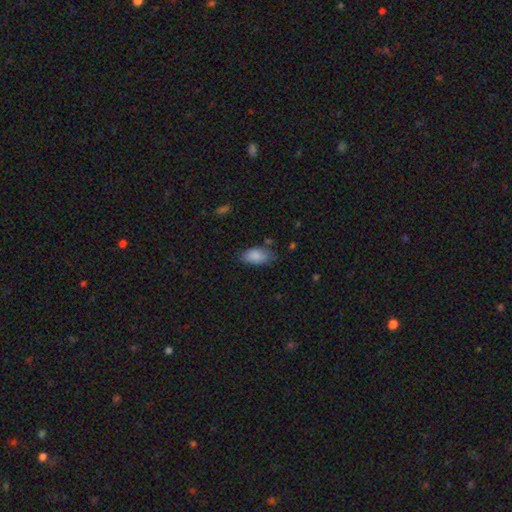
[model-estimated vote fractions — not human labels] Smooth or featured? Predicted: smooth (p=0.87). How rounded? Predicted: in between (p=0.92). Merging? Predicted: none (p=0.71).